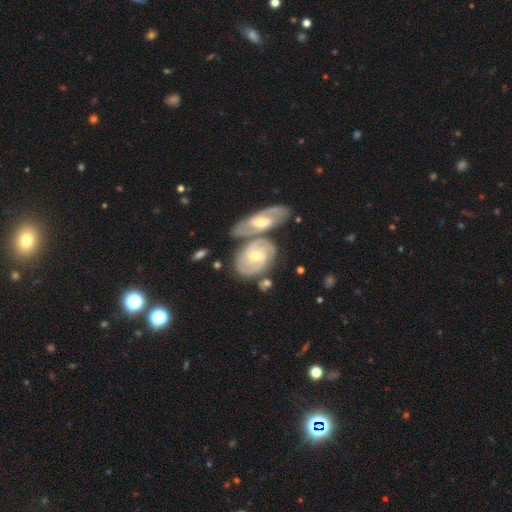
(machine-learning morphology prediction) Smooth or featured: featured or disk — 82% (smooth — 13%)
Edge-on disk: no — 95% (yes — 5%)
Bar: no — 44% (weak — 42%)
Spiral arms: yes — 93% (no — 7%)
Spiral winding: tight — 61% (medium — 32%)
Spiral arm count: 2 — 49% (can't tell — 26%)
Bulge size: moderate — 52% (small — 44%)
Merging: none — 43% (merger — 39%)